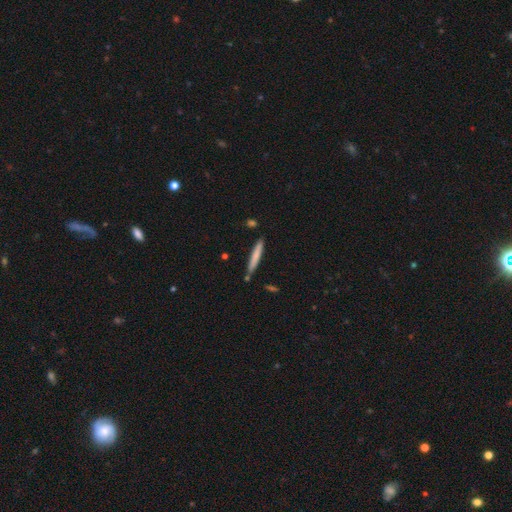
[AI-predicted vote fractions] A smooth galaxy with no disk features (75%) that is cigar-shaped (95%).

Vote fractions:
- Smooth or featured? smooth: 75% / featured or disk: 19% / star or artifact: 6%
- How rounded? cigar-shaped: 95% / in between: 4% / round: 1%
- Merging? none: 82% / minor disturbance: 11% / merger: 5% / major disturbance: 2%